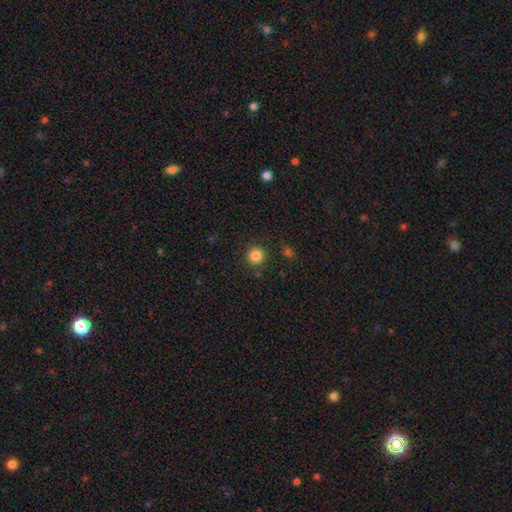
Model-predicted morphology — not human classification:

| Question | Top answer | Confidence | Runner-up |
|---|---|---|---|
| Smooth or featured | smooth | 85% | star or artifact (11%) |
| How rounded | round | 95% | in between (4%) |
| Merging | none | 89% | minor disturbance (6%) |